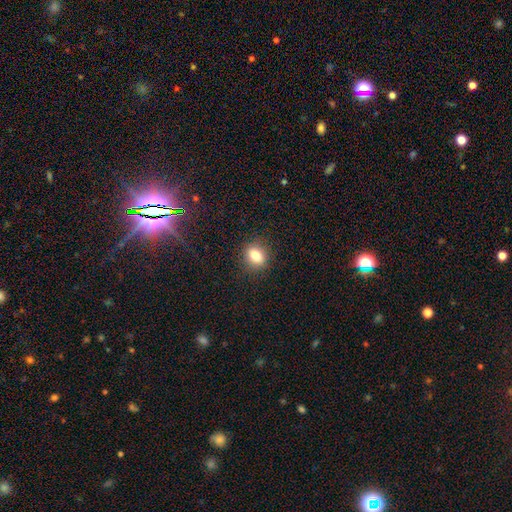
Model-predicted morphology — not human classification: A smooth galaxy with no disk features (80%) that is in between round and cigar-shaped (51%). Merging: none (88%).